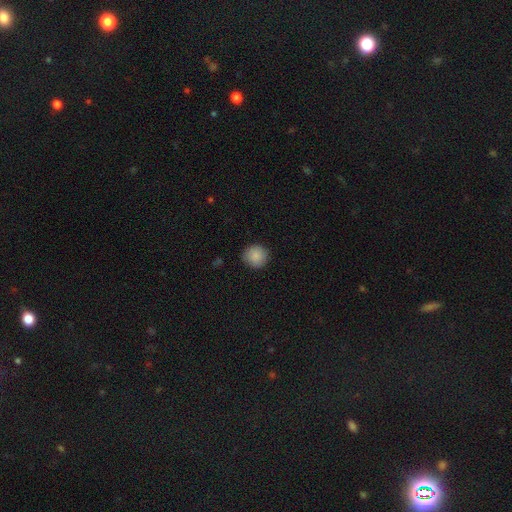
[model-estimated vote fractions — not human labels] A smooth galaxy with no disk features (88%) that is round (93%).

Vote fractions:
- Smooth or featured? smooth: 88% / star or artifact: 8% / featured or disk: 4%
- How rounded? round: 93% / in between: 6% / cigar-shaped: 1%
- Merging? none: 88% / minor disturbance: 9% / major disturbance: 2% / merger: 1%